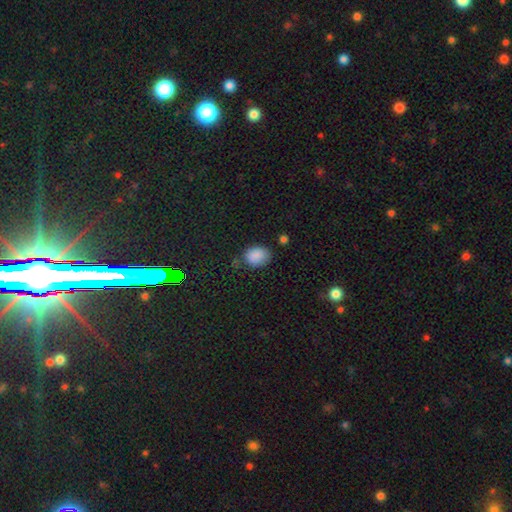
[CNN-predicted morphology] This appears to be a smooth galaxy with no disk features (85%) that is in between round and cigar-shaped (59%). Merging: none (67%).